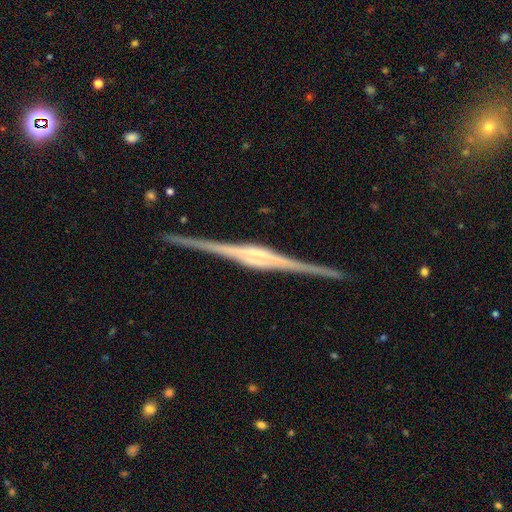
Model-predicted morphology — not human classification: A featured or disk galaxy (90%) viewed edge-on (98%) with a boxy central bulge (61%).

Vote fractions:
- Smooth or featured? featured or disk: 90% / star or artifact: 5% / smooth: 5%
- Edge-on disk? yes: 98% / no: 2%
- Edge-on bulge? boxy: 61% / rounded: 31% / none: 7%
- Merging? none: 89% / minor disturbance: 8% / major disturbance: 2% / merger: 1%